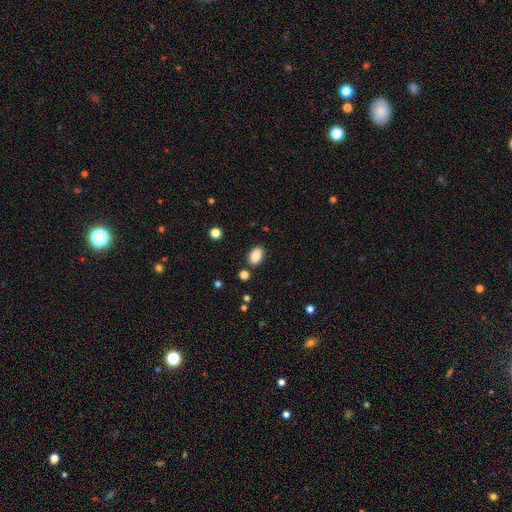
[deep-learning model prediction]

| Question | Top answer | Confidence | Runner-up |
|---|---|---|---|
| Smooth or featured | smooth | 87% | star or artifact (8%) |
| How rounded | in between | 88% | round (10%) |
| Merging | none | 84% | minor disturbance (10%) |